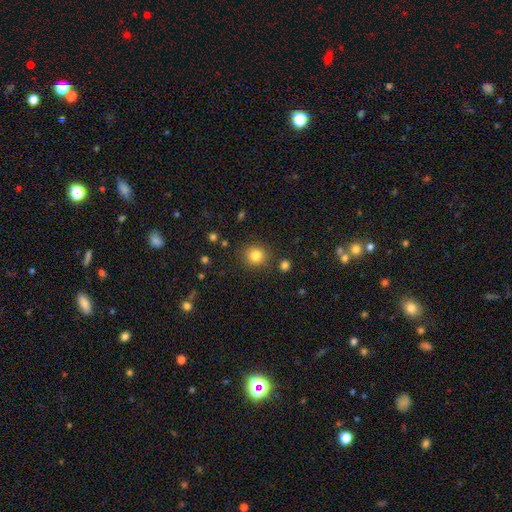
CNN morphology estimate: Q: Smooth or featured?
A: smooth (83%); runner-up: star or artifact (12%)
Q: How rounded?
A: round (88%); runner-up: in between (11%)
Q: Merging?
A: none (86%); runner-up: minor disturbance (8%)